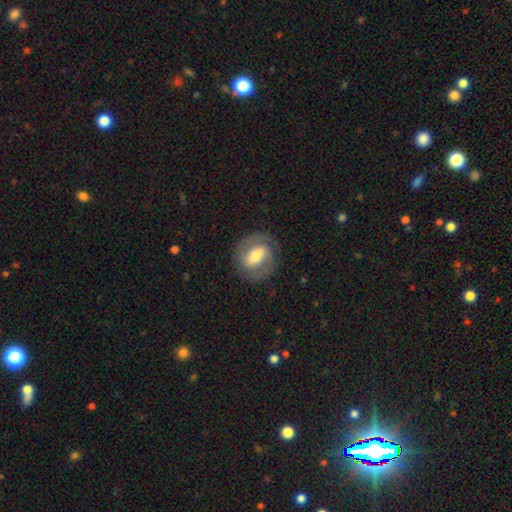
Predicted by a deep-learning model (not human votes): The model was most divided on "spiral winding" (2-way tie): medium: 44%, tight: 44%, loose: 12%. Remaining: edge-on disk — no (96%); spiral arms — yes (87%); spiral arm count — 2 (85%); merging — none (80%); smooth or featured — featured or disk (76%); bulge size — moderate (60%); bar — strong (48%).